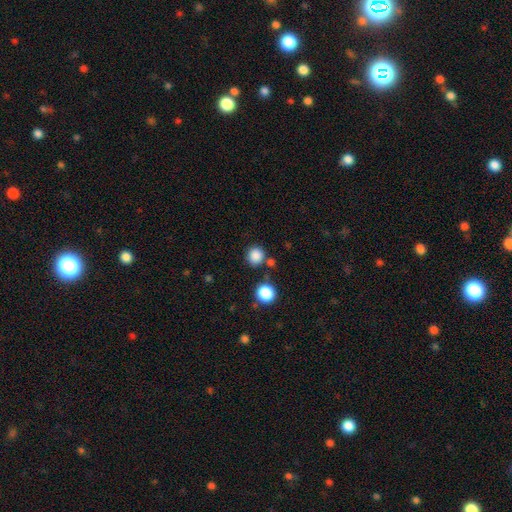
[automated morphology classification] type=smooth (85%); roundness=round (90%); merging=none (79%).